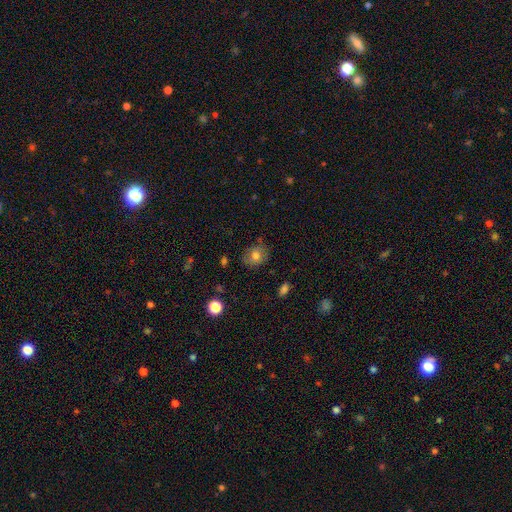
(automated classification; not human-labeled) Smooth or featured: smooth — 74% (featured or disk — 14%)
How rounded: round — 65% (in between — 34%)
Merging: none — 77% (minor disturbance — 16%)